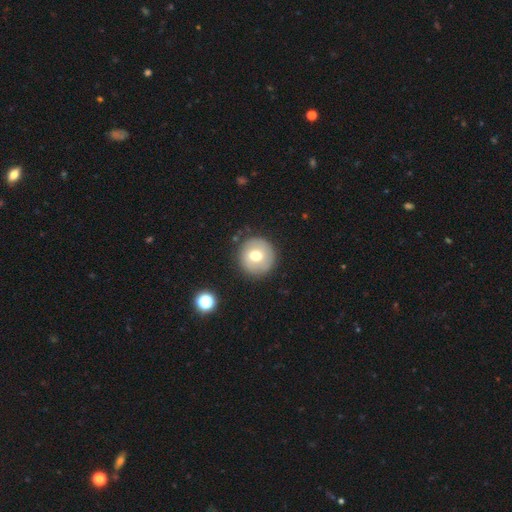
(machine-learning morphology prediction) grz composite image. It shows a smooth galaxy with no disk features (67%) that is round (94%). Merging: none (87%).